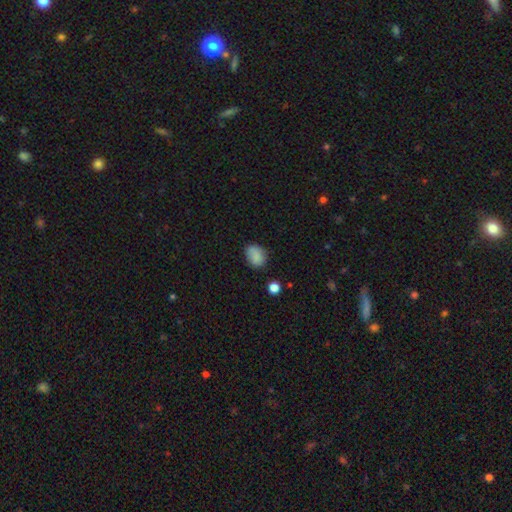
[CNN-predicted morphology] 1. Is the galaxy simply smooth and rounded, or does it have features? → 83% smooth, 10% star or artifact, 6% featured or disk.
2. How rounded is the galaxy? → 57% in between, 42% round, 1% cigar-shaped.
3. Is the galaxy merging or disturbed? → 71% none, 21% minor disturbance, 5% major disturbance, 3% merger.